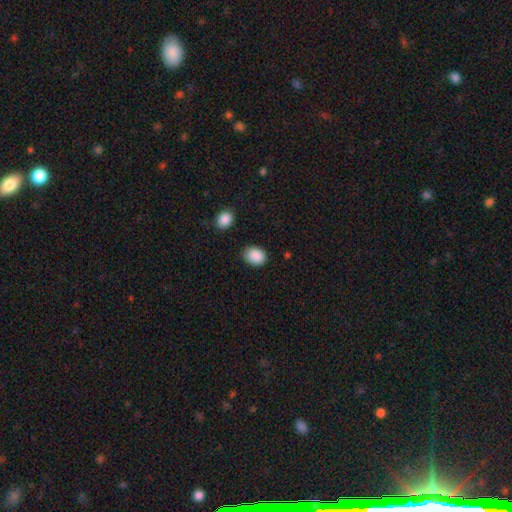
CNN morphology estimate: This is clearly a smooth galaxy (89%). How rounded: possibly in between (60%). Merging: clearly none (80%).